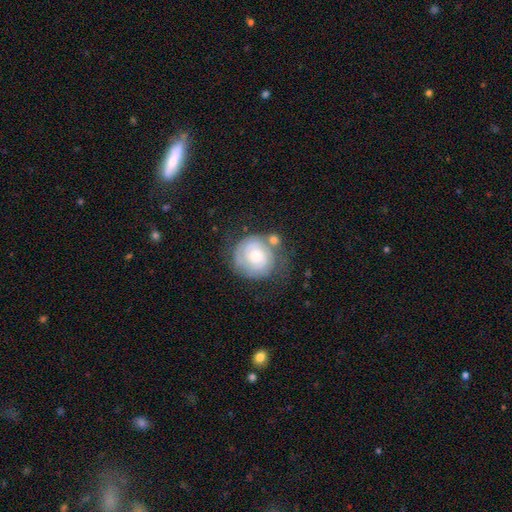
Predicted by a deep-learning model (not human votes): Morphology: type=featured or disk (70%); edge-on=no (98%); bar=no (76%); spiral arms=yes (88%); winding=tight (77%); arm count=2 (46%); bulge=moderate (59%); merging=none (61%).